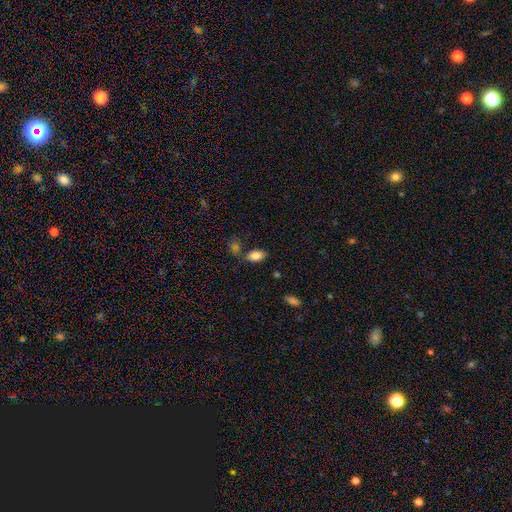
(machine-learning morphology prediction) Smooth or featured? smooth (84%)
How rounded? in between (91%)
Merging? none (75%)